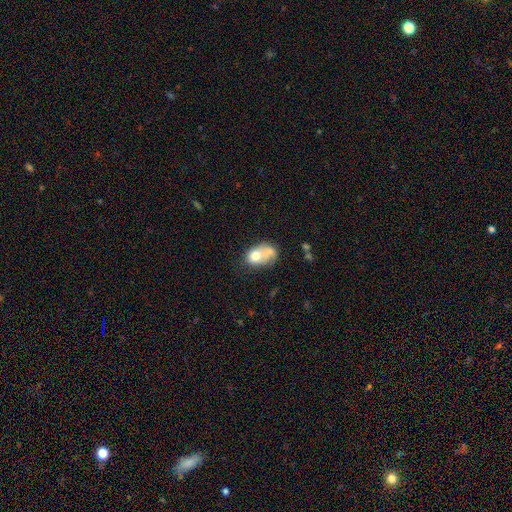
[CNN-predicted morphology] A smooth galaxy with no disk features (64%) that is in between round and cigar-shaped (74%).

Vote fractions:
- Smooth or featured? smooth: 64% / featured or disk: 28% / star or artifact: 9%
- How rounded? in between: 74% / round: 25% / cigar-shaped: 1%
- Merging? merger: 42% / none: 24% / minor disturbance: 18% / major disturbance: 16%